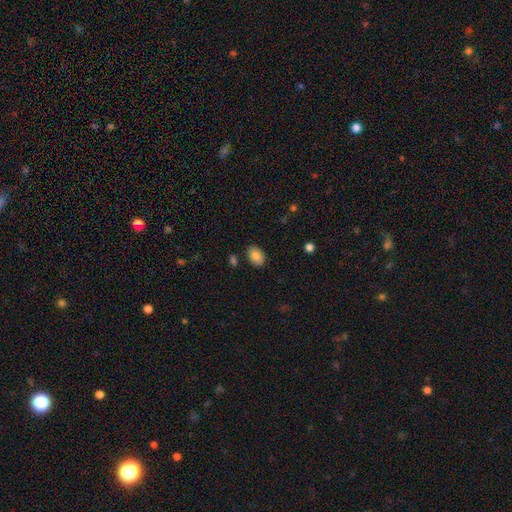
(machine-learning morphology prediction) A smooth galaxy with no disk features (85%) that is in between round and cigar-shaped (81%). Merging: none (85%).